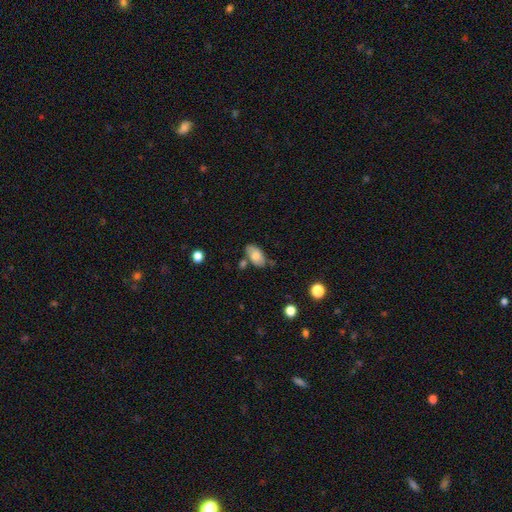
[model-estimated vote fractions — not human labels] Smooth or featured? Predicted: smooth (p=0.70). How rounded? Predicted: in between (p=0.93). Merging? Predicted: none (p=0.62).